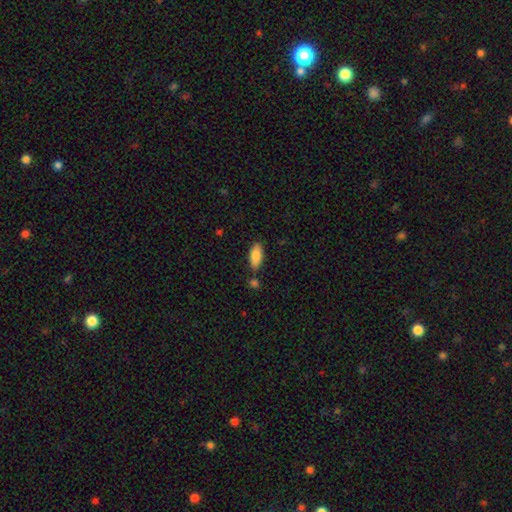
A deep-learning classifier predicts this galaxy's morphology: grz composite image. It shows a smooth galaxy with no disk features (85%) that is in between round and cigar-shaped (84%). Merging: none (80%).